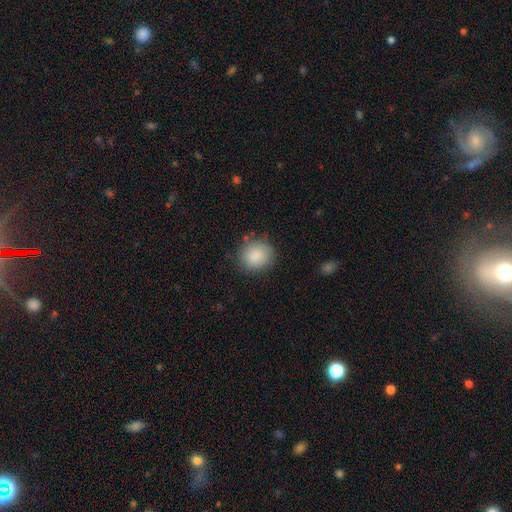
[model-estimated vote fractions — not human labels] Smooth or featured?
  - smooth: 87% *
  - star or artifact: 7%
  - featured or disk: 5%
How rounded?
  - round: 81% *
  - in between: 18%
  - cigar-shaped: 1%
Merging?
  - none: 80% *
  - minor disturbance: 14%
  - major disturbance: 4%
  - merger: 2%